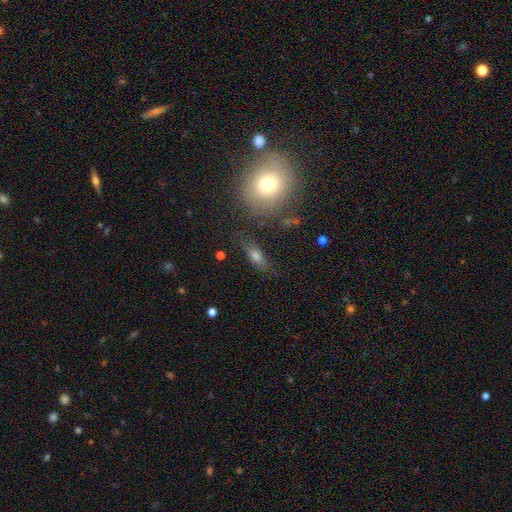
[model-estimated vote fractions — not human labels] Q: Smooth or featured?
A: smooth (60%); runner-up: featured or disk (26%)
Q: How rounded?
A: in between (55%); runner-up: cigar-shaped (36%)
Q: Merging?
A: none (71%); runner-up: minor disturbance (17%)